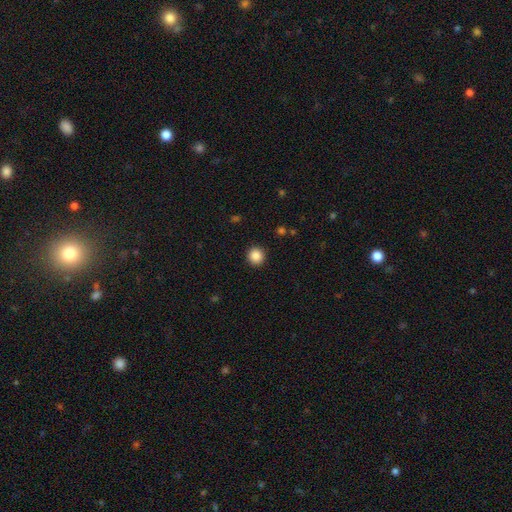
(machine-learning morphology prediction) This appears to be a smooth galaxy with no disk features (86%) that is round (94%). Merging: none (92%).